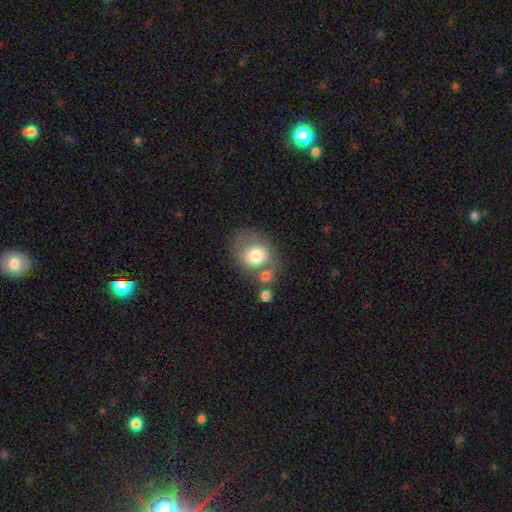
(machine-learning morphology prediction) Smooth or featured: smooth — 73% (featured or disk — 19%)
How rounded: round — 66% (in between — 33%)
Merging: none — 46% (merger — 25%)